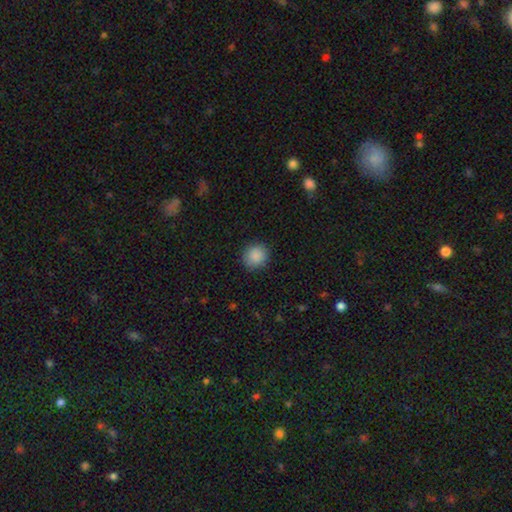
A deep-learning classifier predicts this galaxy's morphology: smooth-or-featured: smooth: 88% | star or artifact: 8% | featured or disk: 3%
  how-rounded: round: 85% | in between: 14% | cigar-shaped: 1%
  merging: none: 89% | minor disturbance: 7% | major disturbance: 2% | merger: 1%